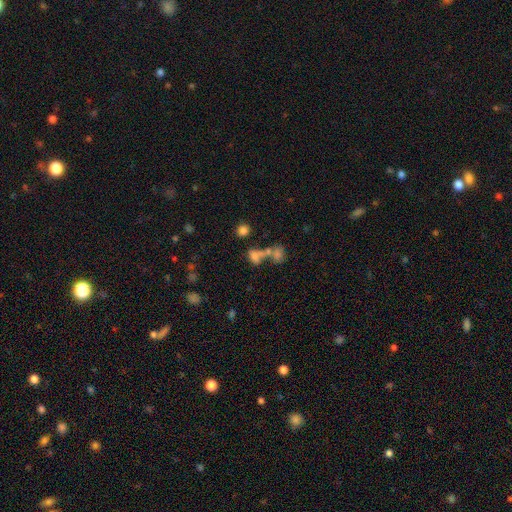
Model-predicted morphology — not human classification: A smooth galaxy with no disk features (62%) that is in between round and cigar-shaped (63%).

Vote fractions:
- Smooth or featured? smooth: 62% / star or artifact: 20% / featured or disk: 18%
- How rounded? in between: 63% / round: 30% / cigar-shaped: 6%
- Merging? merger: 47% / none: 33% / major disturbance: 10% / minor disturbance: 10%